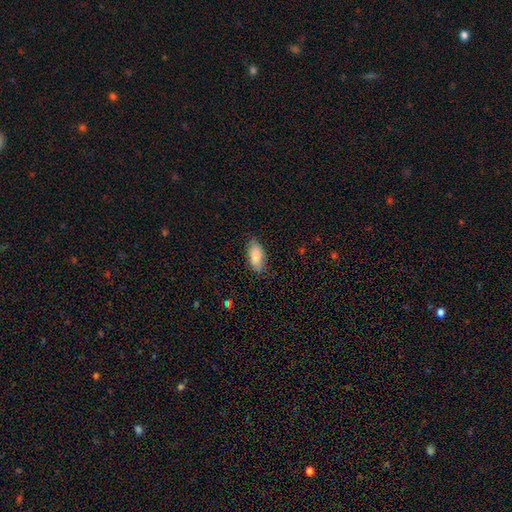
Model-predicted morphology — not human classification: Smooth or featured?
  - smooth: 87% *
  - featured or disk: 7%
  - star or artifact: 6%
How rounded?
  - in between: 88% *
  - cigar-shaped: 10%
  - round: 2%
Merging?
  - none: 81% *
  - minor disturbance: 15%
  - major disturbance: 3%
  - merger: 1%